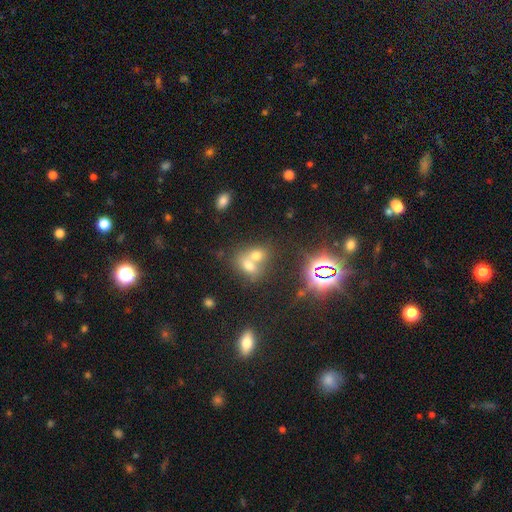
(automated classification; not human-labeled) A smooth galaxy with no disk features (62%) that is in between round and cigar-shaped (59%).

Vote fractions:
- Smooth or featured? smooth: 62% / star or artifact: 21% / featured or disk: 18%
- How rounded? in between: 59% / round: 40% / cigar-shaped: 2%
- Merging? merger: 68% / none: 24% / minor disturbance: 6% / major disturbance: 3%